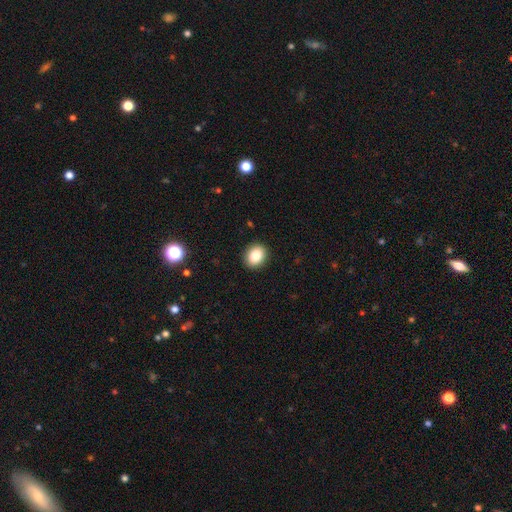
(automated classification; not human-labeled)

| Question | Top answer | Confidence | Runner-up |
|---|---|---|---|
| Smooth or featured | smooth | 84% | star or artifact (9%) |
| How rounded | in between | 50% | round (49%) |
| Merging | none | 91% | minor disturbance (6%) |